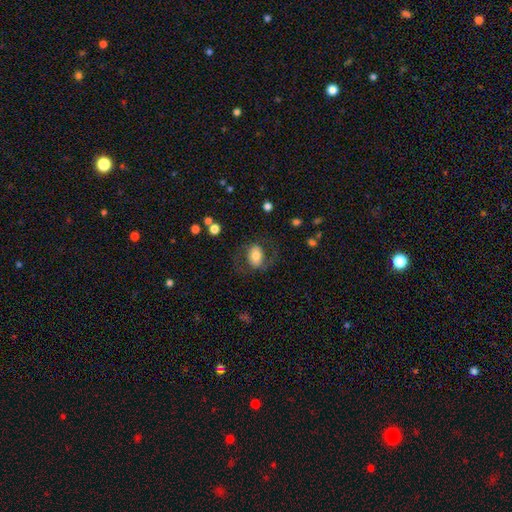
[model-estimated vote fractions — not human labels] smooth 61%, featured or disk 31%, star or artifact 8%. Down the decision tree: how rounded — in between (76%); merging — none (66%).